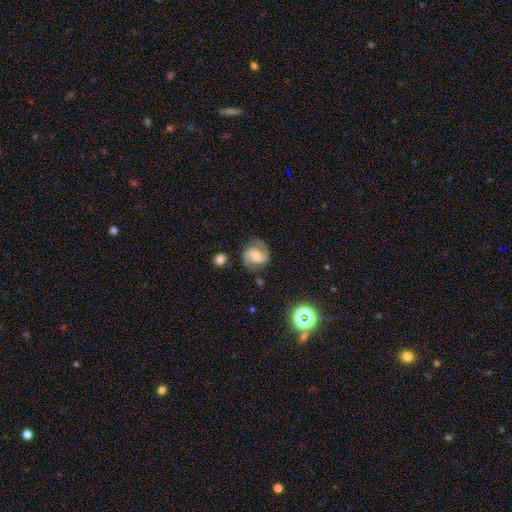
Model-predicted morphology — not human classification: smooth-or-featured: featured or disk: 78% | smooth: 15% | star or artifact: 7%
  disk-edge-on: no: 98% | yes: 2%
    bar: no: 47% | weak: 40% | strong: 12%
    has-spiral-arms: yes: 96% | no: 4%
      spiral-winding: medium: 53% | tight: 27% | loose: 20%
      spiral-arm-count: 2: 91% | can't tell: 4% | 1: 2% | 3: 2% | 4: 1% | more than 4: 1%
    bulge-size: small: 39% (tied) | moderate: 39% (tied) | none: 12% | large: 8% | dominant: 2%
  merging: none: 76% | minor disturbance: 16% | major disturbance: 6% | merger: 3%